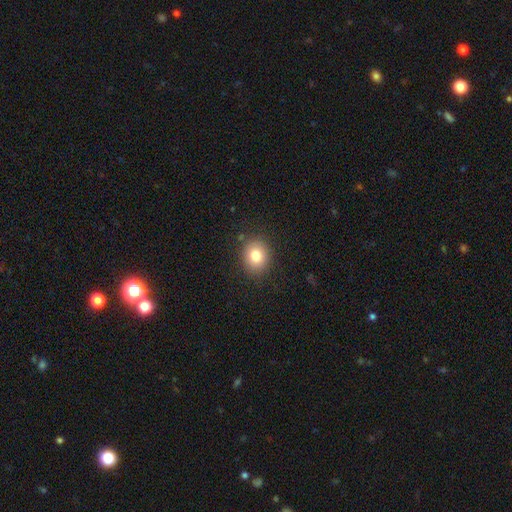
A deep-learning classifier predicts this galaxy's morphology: Overall: smooth (81%). How rounded: round (61%; in between 38%). Merging: none (86%).